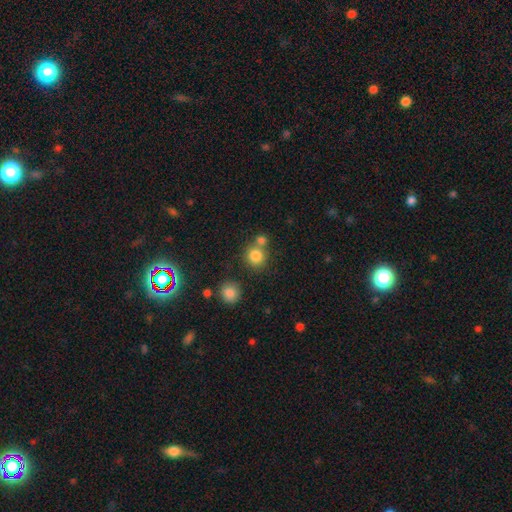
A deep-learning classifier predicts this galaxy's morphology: smooth-or-featured: smooth: 81% | star or artifact: 12% | featured or disk: 7%
  how-rounded: round: 88% | in between: 11% | cigar-shaped: 1%
  merging: none: 62% | merger: 26% | minor disturbance: 9% | major disturbance: 4%